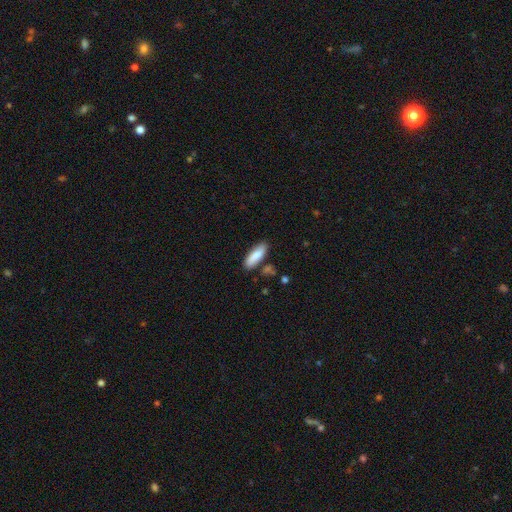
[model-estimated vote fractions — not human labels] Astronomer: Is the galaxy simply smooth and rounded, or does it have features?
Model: smooth — 83%.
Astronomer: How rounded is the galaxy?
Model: in between — 56% (runner-up: cigar-shaped, 42%).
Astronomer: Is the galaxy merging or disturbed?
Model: none — 79%.